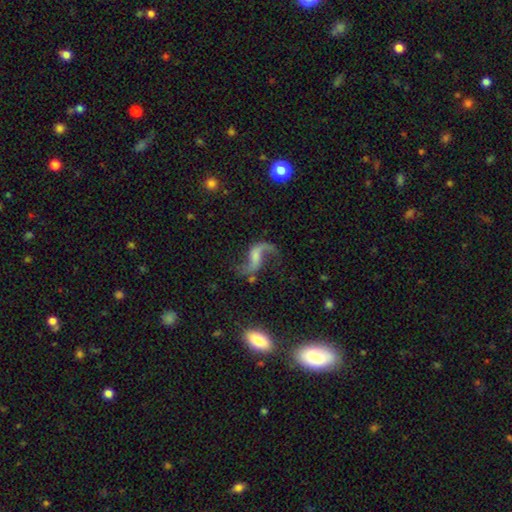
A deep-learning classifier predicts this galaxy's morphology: This is clearly a featured or disk galaxy (87%). It is clearly not viewed edge-on (96%). Bar: marginally no (41%). Spiral arm pattern: clearly yes (96%). Spiral arm count: clearly 2 (93%). Spiral winding: clearly loose (92%). Central bulge: marginally none (36%). Merging: likely none (72%).